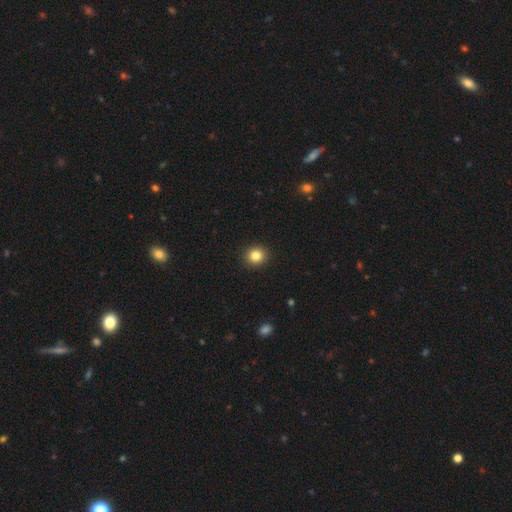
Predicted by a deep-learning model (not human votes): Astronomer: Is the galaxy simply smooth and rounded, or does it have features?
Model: smooth — 84%.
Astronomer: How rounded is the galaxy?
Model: round — 85%.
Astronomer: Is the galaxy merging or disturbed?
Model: none — 92%.